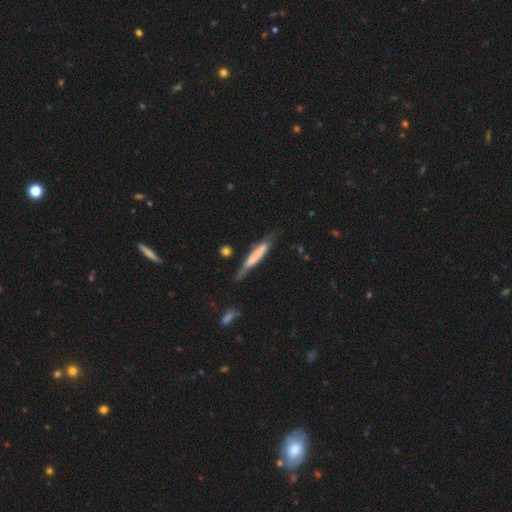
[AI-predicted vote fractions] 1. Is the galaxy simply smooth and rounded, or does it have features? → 56% smooth, 38% featured or disk, 6% star or artifact.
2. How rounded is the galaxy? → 92% cigar-shaped, 7% in between, 1% round.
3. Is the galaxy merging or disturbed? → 57% none, 29% minor disturbance, 10% major disturbance, 5% merger.